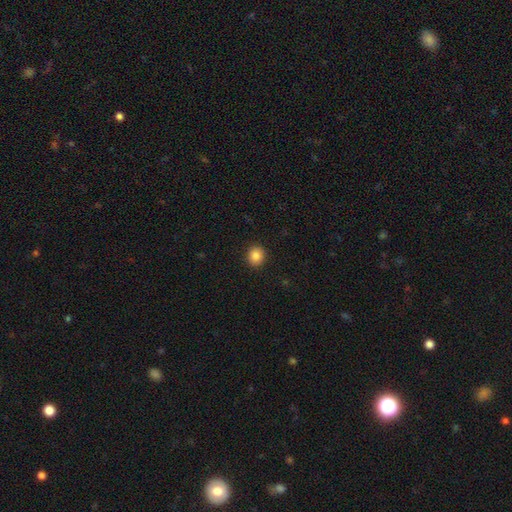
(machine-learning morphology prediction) Q: Smooth or featured?
A: smooth (86%); runner-up: star or artifact (10%)
Q: How rounded?
A: round (81%); runner-up: in between (18%)
Q: Merging?
A: none (92%); runner-up: minor disturbance (6%)